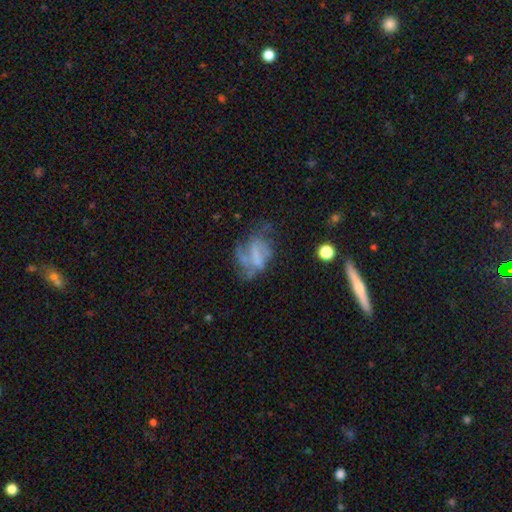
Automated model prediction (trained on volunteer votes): smooth_or_featured: featured or disk (p=0.54) [alt: smooth p=0.31]
disk_edge_on: no (p=0.97) [alt: yes p=0.03]
bar: no (p=0.58) [alt: weak p=0.27]
has_spiral_arms: no (p=0.64) [alt: yes p=0.36]
bulge_size: none (p=0.67) [alt: small p=0.15]
merging: major disturbance (p=0.36) [alt: none p=0.34]